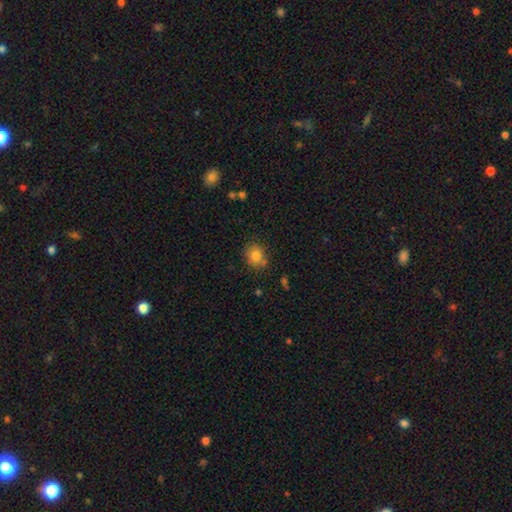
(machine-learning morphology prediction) A smooth galaxy with no disk features (82%) that is round (63%).

Vote fractions:
- Smooth or featured? smooth: 82% / star or artifact: 10% / featured or disk: 7%
- How rounded? round: 63% / in between: 36% / cigar-shaped: 1%
- Merging? none: 78% / minor disturbance: 14% / merger: 5% / major disturbance: 3%